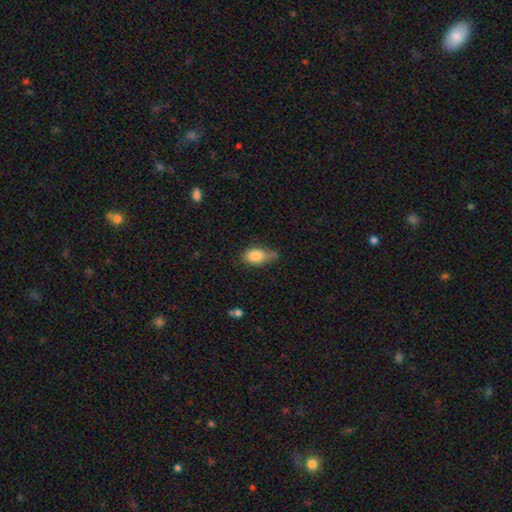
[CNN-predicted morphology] Q: Smooth or featured?
A: smooth (82%); runner-up: featured or disk (10%)
Q: How rounded?
A: in between (85%); runner-up: round (10%)
Q: Merging?
A: none (42%); tied with: minor disturbance (42%)